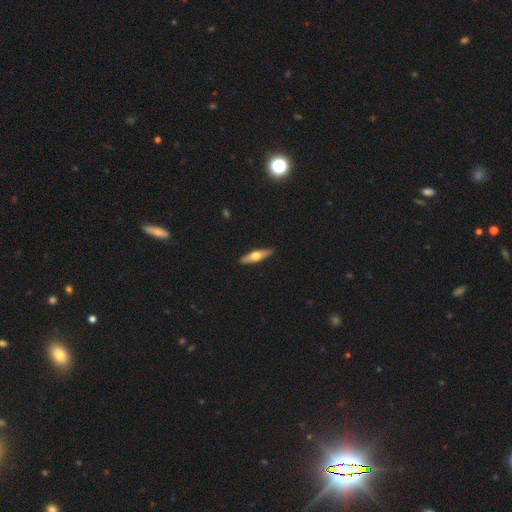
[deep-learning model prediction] smooth_or_featured: featured or disk (p=0.54) [alt: smooth p=0.41]
disk_edge_on: yes (p=0.93) [alt: no p=0.07]
merging: none (p=0.91) [alt: minor disturbance p=0.07]